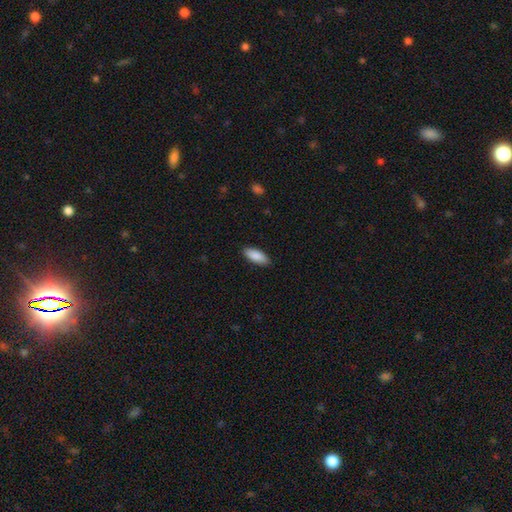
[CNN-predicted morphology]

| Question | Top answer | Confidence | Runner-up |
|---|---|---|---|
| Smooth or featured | smooth | 89% | star or artifact (6%) |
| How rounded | in between | 79% | cigar-shaped (20%) |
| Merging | none | 88% | minor disturbance (9%) |